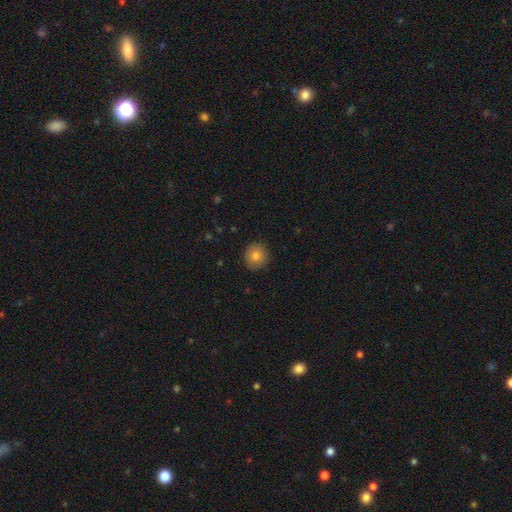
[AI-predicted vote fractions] Q: Smooth or featured?
A: smooth (80%); runner-up: featured or disk (11%)
Q: How rounded?
A: round (90%); runner-up: in between (9%)
Q: Merging?
A: none (88%); runner-up: minor disturbance (9%)